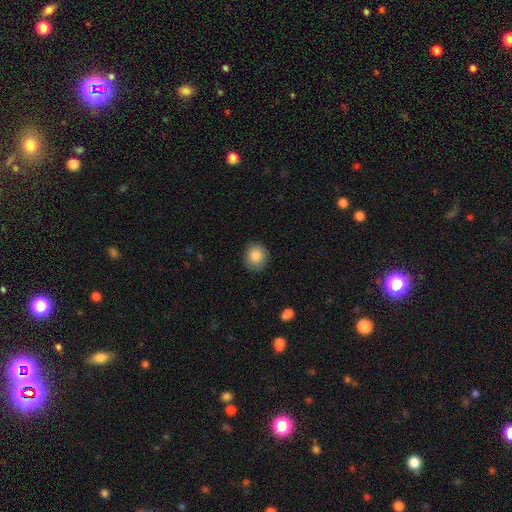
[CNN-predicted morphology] Overall: smooth (87%). How rounded: round (84%). Merging: none (88%).